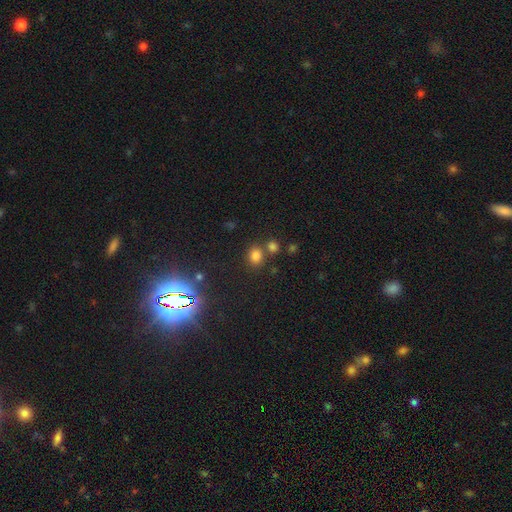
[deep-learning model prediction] Overall: smooth (76%). How rounded: round (63%; in between 36%). Merging: none (68%).